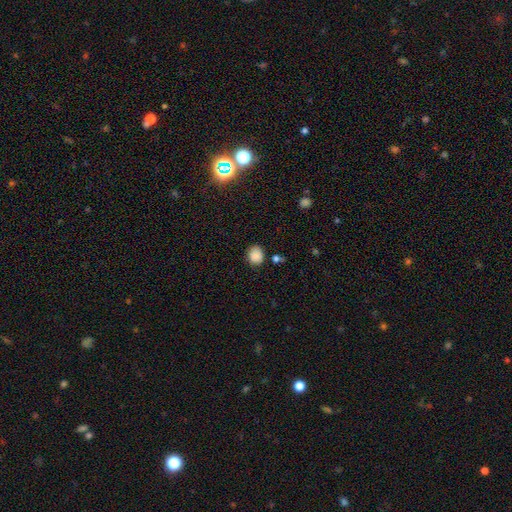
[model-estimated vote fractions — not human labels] This appears to be a smooth galaxy with no disk features (86%) that is round (67%). Merging: none (80%).